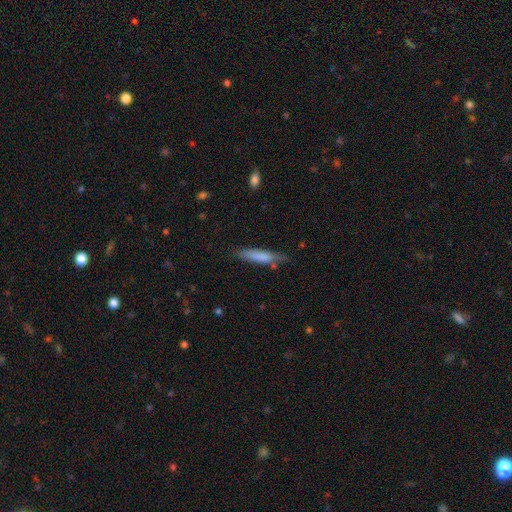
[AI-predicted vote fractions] A smooth galaxy with no disk features (70%) that is cigar-shaped (87%).

Vote fractions:
- Smooth or featured? smooth: 70% / featured or disk: 23% / star or artifact: 7%
- How rounded? cigar-shaped: 87% / in between: 12% / round: 1%
- Merging? none: 74% / minor disturbance: 19% / major disturbance: 4% / merger: 2%